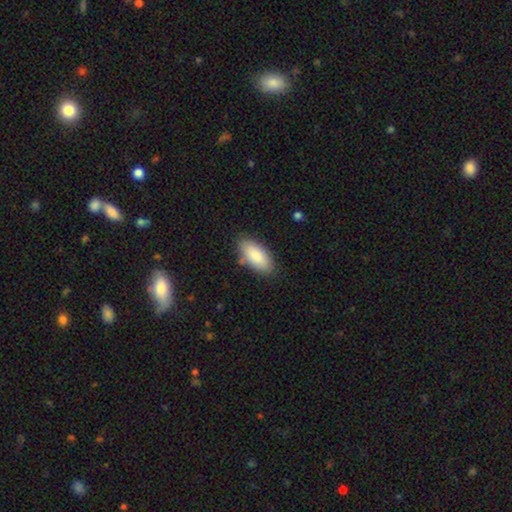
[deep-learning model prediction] Smooth or featured: smooth — 88% (featured or disk — 7%)
How rounded: in between — 90% (cigar-shaped — 9%)
Merging: none — 81% (minor disturbance — 14%)